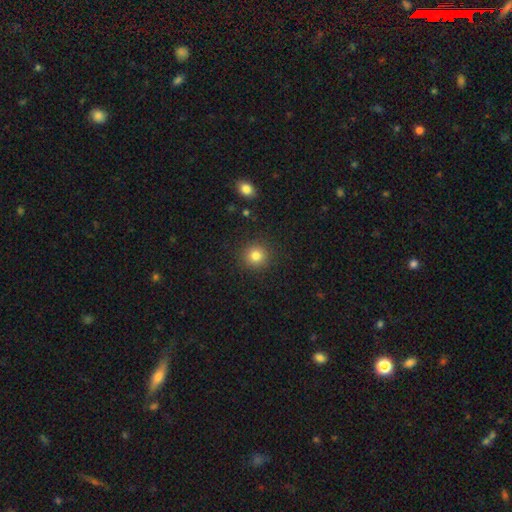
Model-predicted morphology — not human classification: Smooth or featured: smooth — 82% (star or artifact — 12%)
How rounded: round — 92% (in between — 7%)
Merging: none — 90% (minor disturbance — 6%)